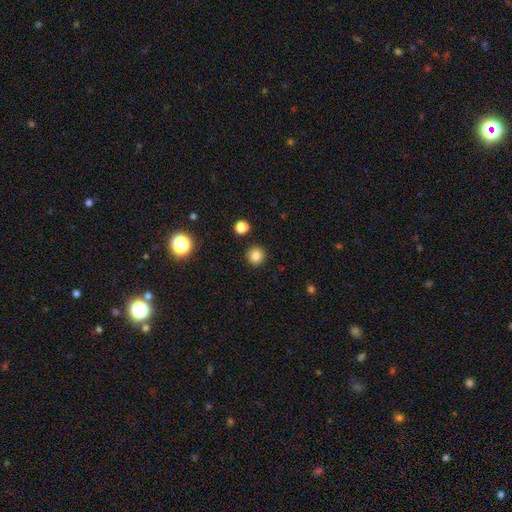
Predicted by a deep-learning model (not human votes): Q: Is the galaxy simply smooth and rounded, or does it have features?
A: smooth — 83%.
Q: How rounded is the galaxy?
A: round — 92%.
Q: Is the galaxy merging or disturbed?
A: none — 91%.